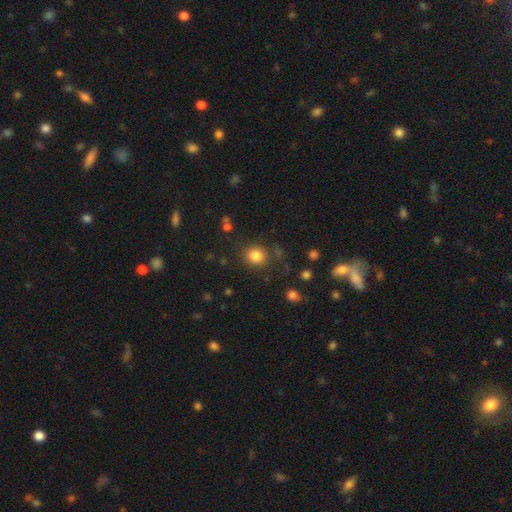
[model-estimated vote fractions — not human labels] Smooth or featured? Predicted: smooth (p=0.83). How rounded? Predicted: round (p=0.84). Merging? Predicted: none (p=0.82).